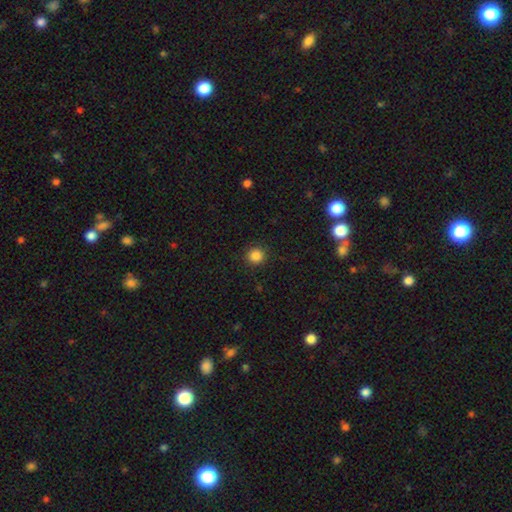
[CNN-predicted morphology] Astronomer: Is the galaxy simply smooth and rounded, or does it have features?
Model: smooth — 86%.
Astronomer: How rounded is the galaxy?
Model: round — 94%.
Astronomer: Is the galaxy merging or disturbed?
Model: none — 91%.